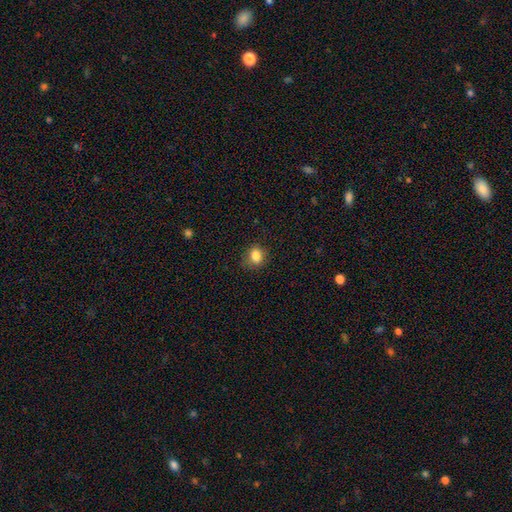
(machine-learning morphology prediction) Overall: smooth (84%). How rounded: round (55%; in between 44%). Merging: none (77%).